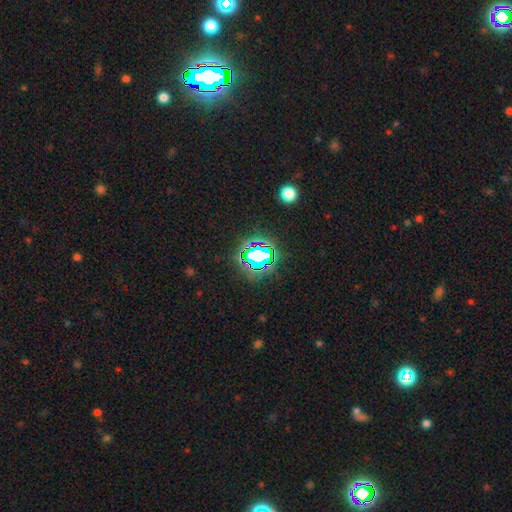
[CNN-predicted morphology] Smooth or featured: star or artifact — 70% (smooth — 18%)